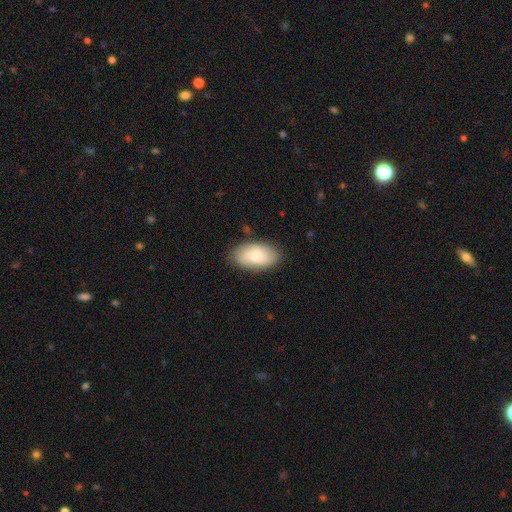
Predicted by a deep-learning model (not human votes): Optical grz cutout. It shows a smooth galaxy with no disk features (76%) that is in between round and cigar-shaped (94%). Merging: none (82%).